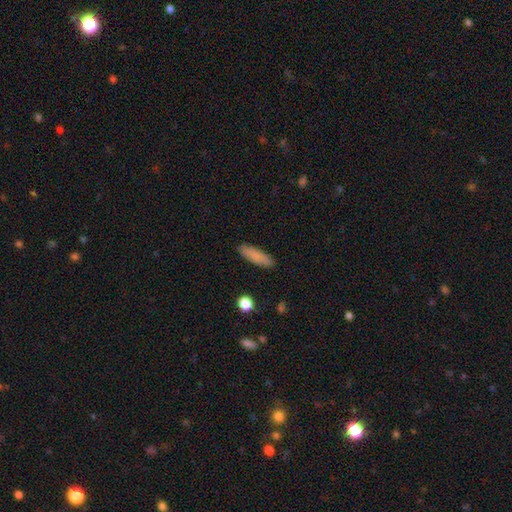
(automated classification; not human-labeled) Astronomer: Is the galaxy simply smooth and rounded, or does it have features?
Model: smooth — 84%.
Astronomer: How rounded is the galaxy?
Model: cigar-shaped — 63%.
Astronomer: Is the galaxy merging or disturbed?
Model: none — 89%.